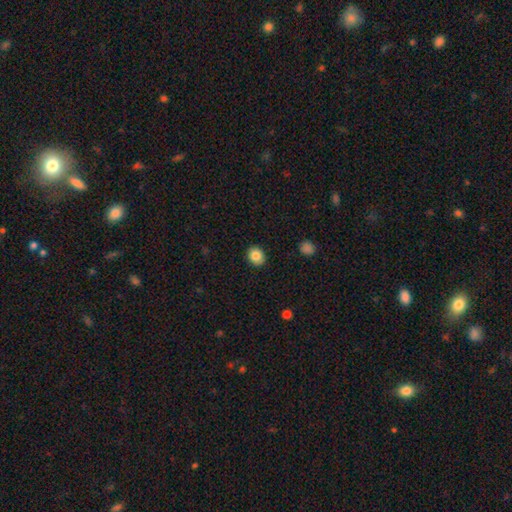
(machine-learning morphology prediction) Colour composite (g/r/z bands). It shows a smooth galaxy with no disk features (85%) that is round (62%). Merging: none (90%).